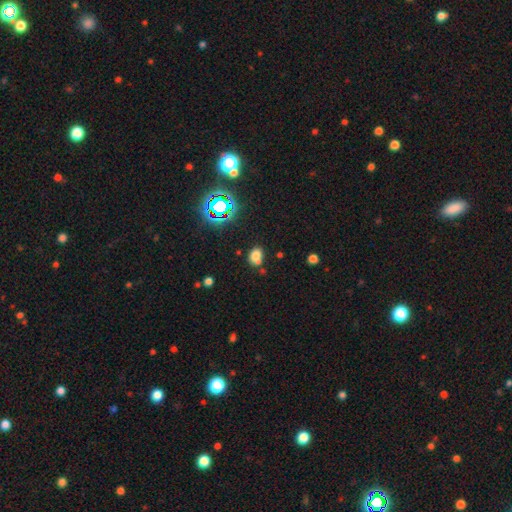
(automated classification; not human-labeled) Smooth or featured?
  - smooth: 73% *
  - star or artifact: 19%
  - featured or disk: 8%
How rounded?
  - in between: 60% *
  - round: 39%
  - cigar-shaped: 1%
Merging?
  - none: 65% *
  - minor disturbance: 17%
  - merger: 14%
  - major disturbance: 5%